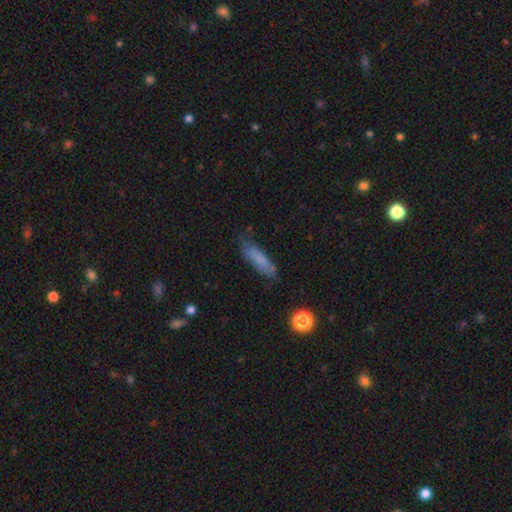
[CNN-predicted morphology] A smooth galaxy with no disk features (71%) that is cigar-shaped (69%).

Vote fractions:
- Smooth or featured? smooth: 71% / featured or disk: 19% / star or artifact: 10%
- How rounded? cigar-shaped: 69% / in between: 29% / round: 2%
- Merging? none: 71% / minor disturbance: 21% / major disturbance: 6% / merger: 2%